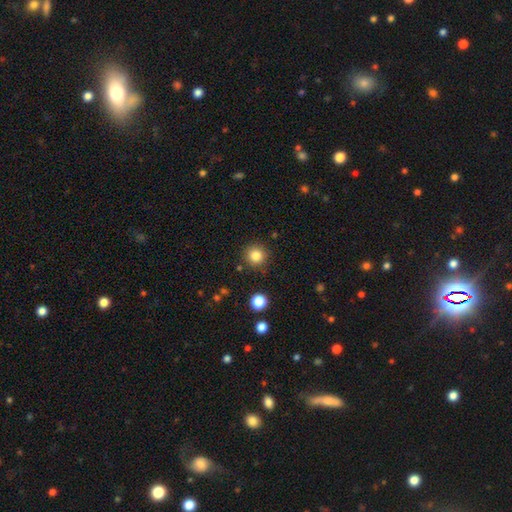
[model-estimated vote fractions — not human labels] A smooth galaxy with no disk features (83%) that is round (94%). Merging: none (88%).